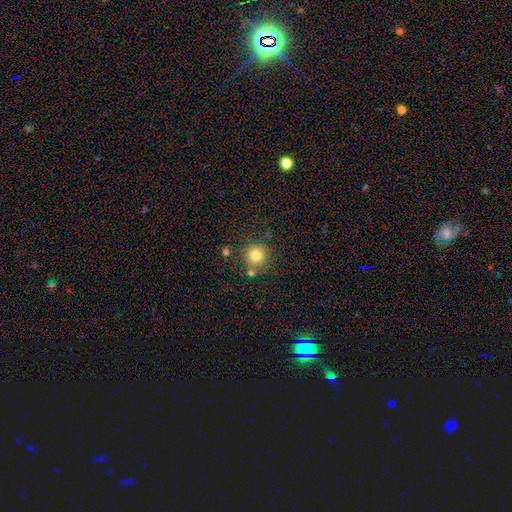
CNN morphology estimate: This appears to be a smooth galaxy with no disk features (80%) that is round (94%). Merging: none (80%).